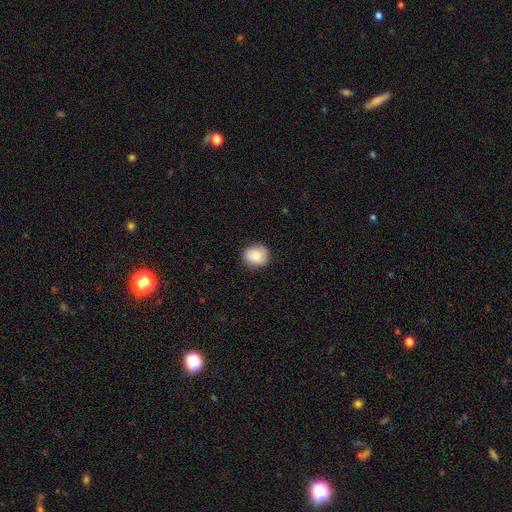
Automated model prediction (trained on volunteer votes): Smooth or featured? smooth (84%)
How rounded? round (77%)
Merging? none (85%)